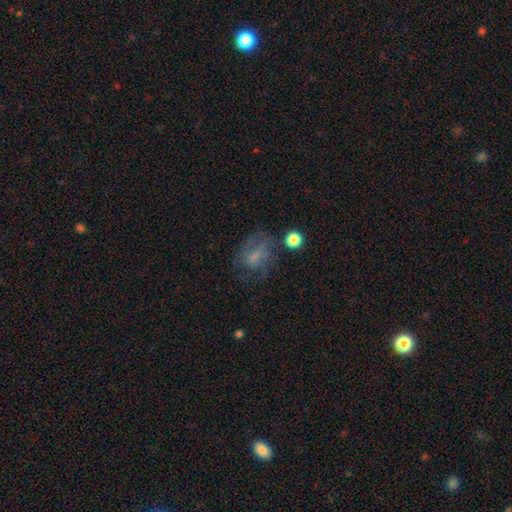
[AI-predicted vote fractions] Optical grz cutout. It shows a smooth galaxy with no disk features (44%). Merging: none (49%).